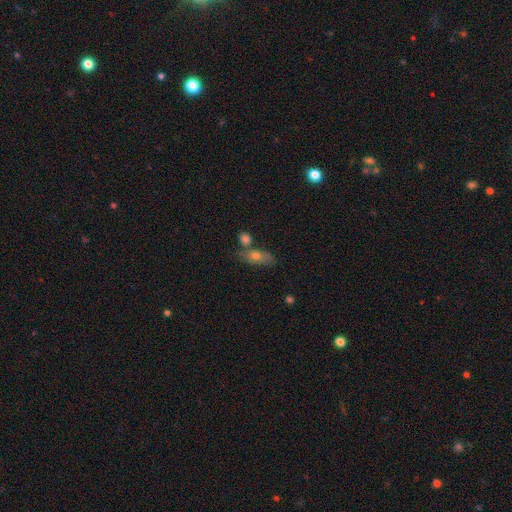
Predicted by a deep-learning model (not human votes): Smooth or featured?
  - smooth: 64% *
  - featured or disk: 26%
  - star or artifact: 10%
How rounded?
  - in between: 69% *
  - cigar-shaped: 23%
  - round: 9%
Merging?
  - none: 54% *
  - merger: 24%
  - minor disturbance: 16%
  - major disturbance: 6%